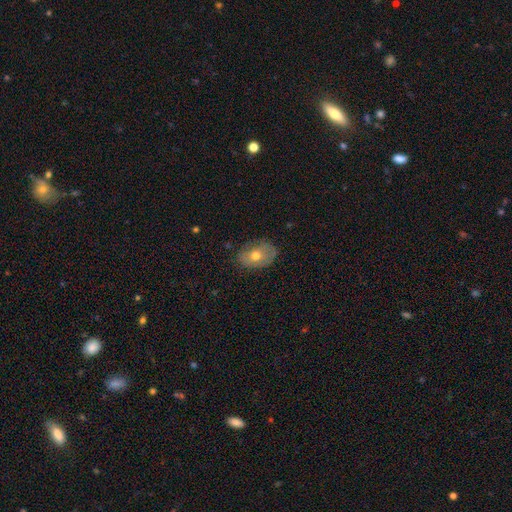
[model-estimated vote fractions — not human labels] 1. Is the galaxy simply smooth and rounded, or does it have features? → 61% smooth, 30% featured or disk, 8% star or artifact.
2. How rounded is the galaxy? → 79% in between, 20% round, 1% cigar-shaped.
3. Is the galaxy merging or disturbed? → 76% none, 18% minor disturbance, 4% major disturbance, 1% merger.